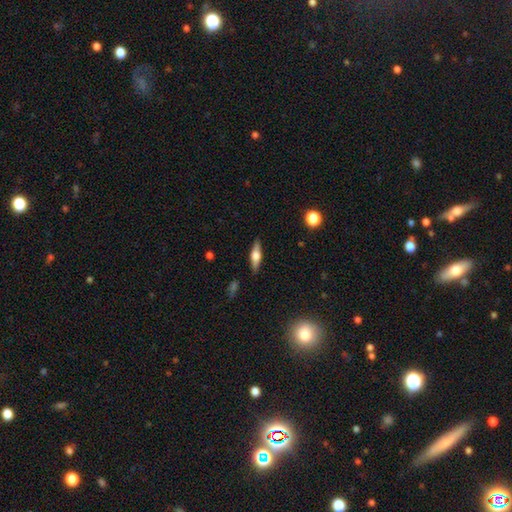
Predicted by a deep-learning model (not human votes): Smooth or featured? Predicted: featured or disk (p=0.53). Edge-on disk? Predicted: yes (p=0.94). Merging? Predicted: none (p=0.87).